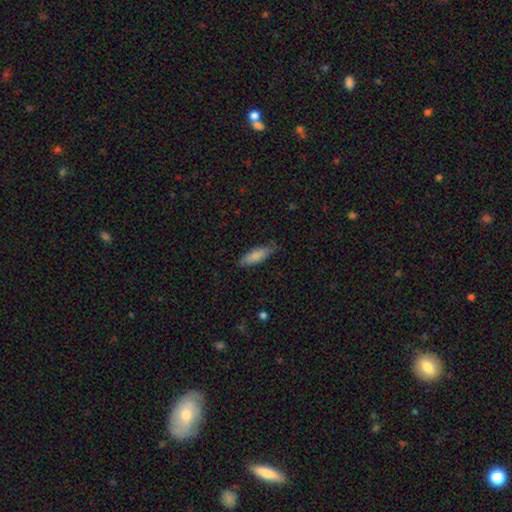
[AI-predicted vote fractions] Overall: smooth (83%). How rounded: in between (54%; cigar-shaped 45%). Merging: none (76%).